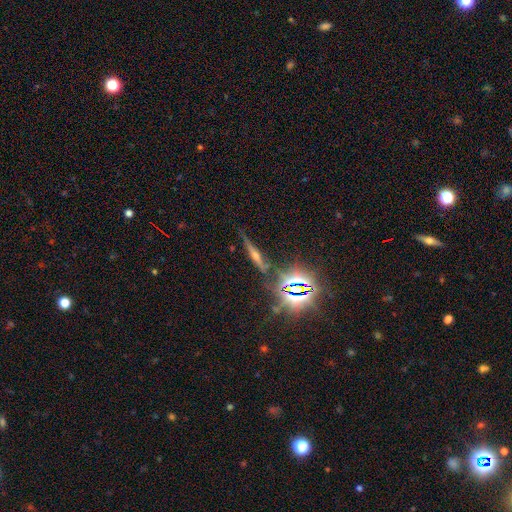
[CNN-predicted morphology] featured or disk 47%, star or artifact 36%, smooth 17%. Down the decision tree: merging — none (81%).